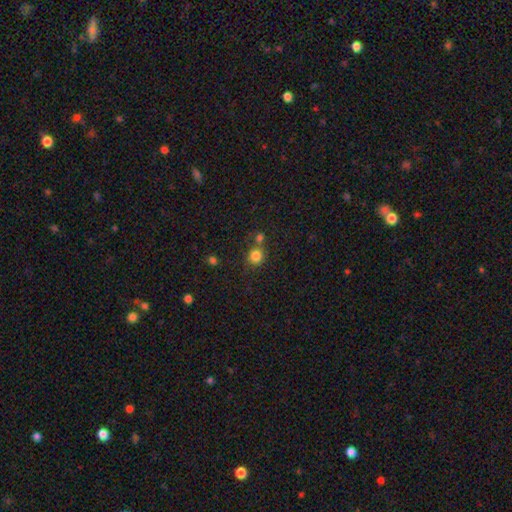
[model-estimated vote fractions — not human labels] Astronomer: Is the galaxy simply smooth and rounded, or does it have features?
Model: smooth — 82%.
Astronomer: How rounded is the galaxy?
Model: round — 85%.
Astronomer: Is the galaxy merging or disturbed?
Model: none — 62%.